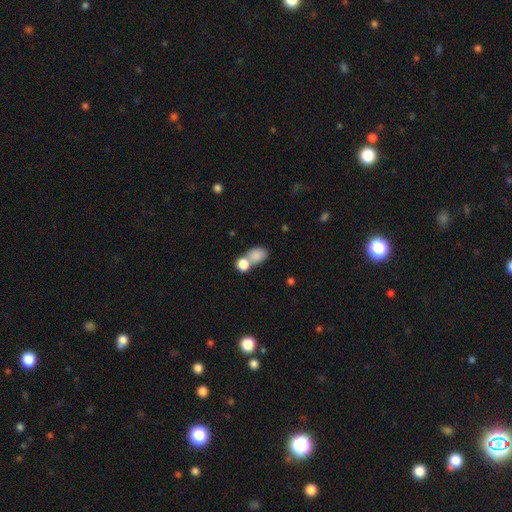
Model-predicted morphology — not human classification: smooth-or-featured: smooth: 83% | star or artifact: 9% | featured or disk: 8%
  how-rounded: in between: 67% | round: 32% | cigar-shaped: 2%
  merging: merger: 55% | none: 32% | minor disturbance: 9% | major disturbance: 4%